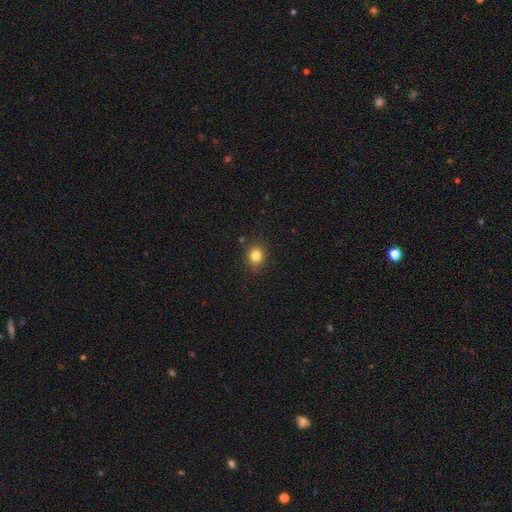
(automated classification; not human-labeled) The model was most divided on "how rounded": round: 78%, in between: 21%, cigar-shaped: 1%. More confident: merging — none (87%); smooth or featured — smooth (82%).